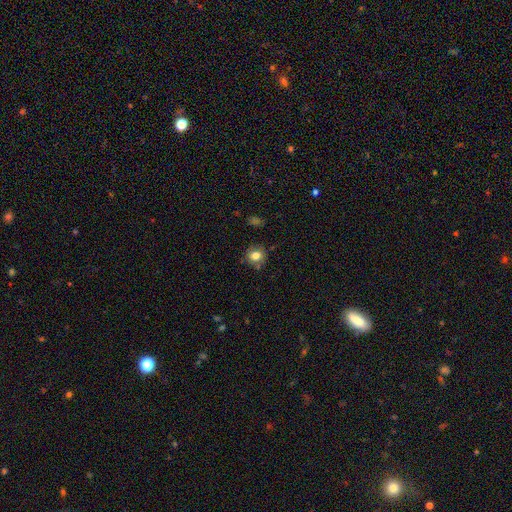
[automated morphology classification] Smooth or featured? smooth (80%)
How rounded? round (82%)
Merging? none (78%)